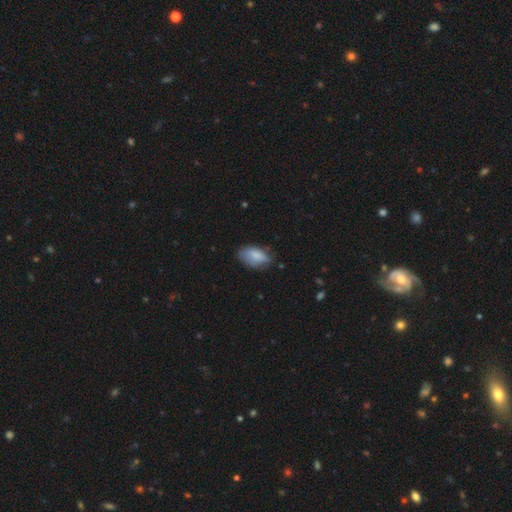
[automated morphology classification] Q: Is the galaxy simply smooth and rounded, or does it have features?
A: smooth — 81%.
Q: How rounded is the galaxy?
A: in between — 92%.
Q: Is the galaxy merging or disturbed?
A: none — 57%.